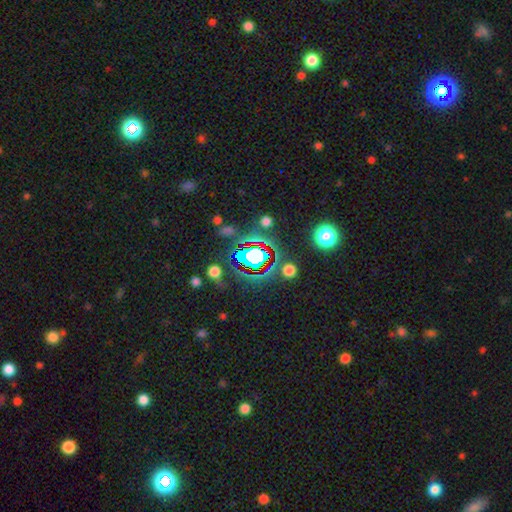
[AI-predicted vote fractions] Smooth or featured: star or artifact — 59% (smooth — 26%)